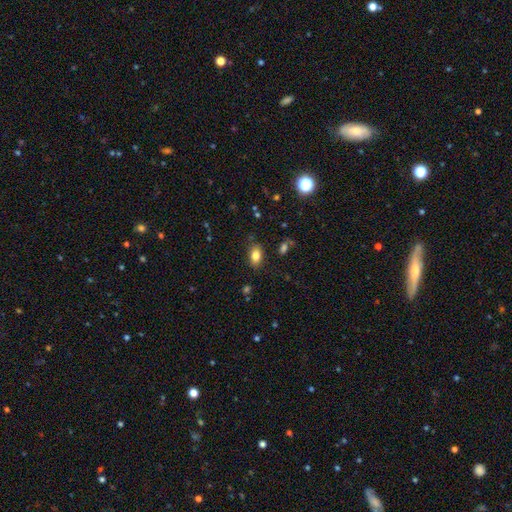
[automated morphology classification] This is clearly a smooth galaxy (82%). How rounded: clearly in between (89%). Merging: clearly none (83%).